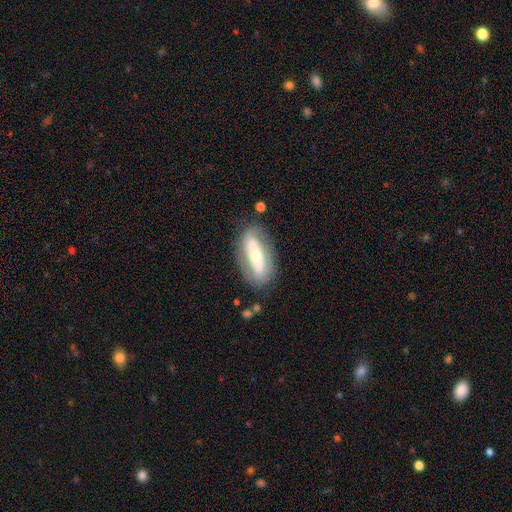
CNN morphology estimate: Smooth or featured? featured or disk (61%)
Edge-on disk? no (81%)
Merging? none (77%)